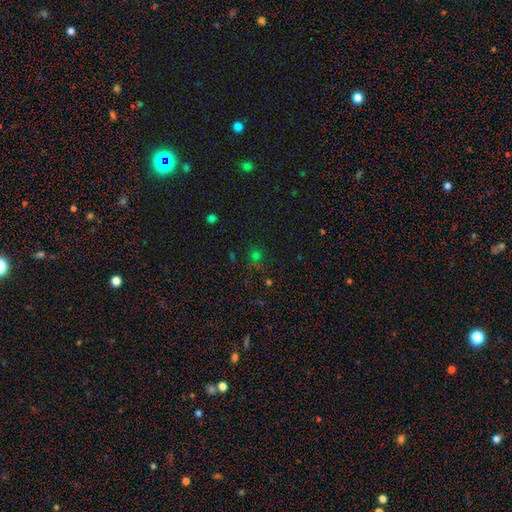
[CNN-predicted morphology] A smooth galaxy with no disk features (59%) that is round (86%).

Vote fractions:
- Smooth or featured? smooth: 59% / star or artifact: 35% / featured or disk: 6%
- How rounded? round: 86% / in between: 12% / cigar-shaped: 1%
- Merging? none: 75% / minor disturbance: 13% / major disturbance: 6% / merger: 6%